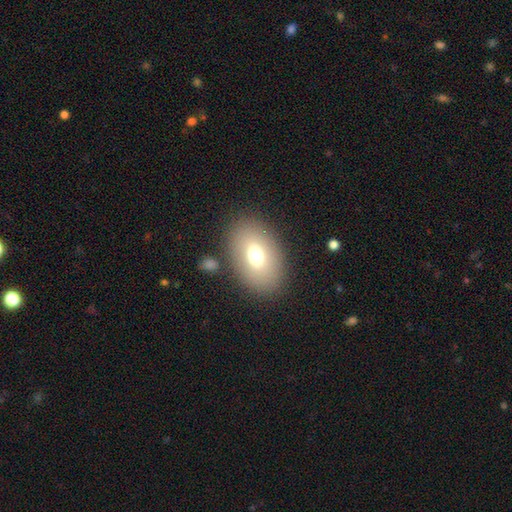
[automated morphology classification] smooth-or-featured: smooth: 71% | featured or disk: 19% | star or artifact: 10%
  how-rounded: in between: 85% | round: 13% | cigar-shaped: 1%
  merging: none: 84% | minor disturbance: 9% | major disturbance: 4% | merger: 3%